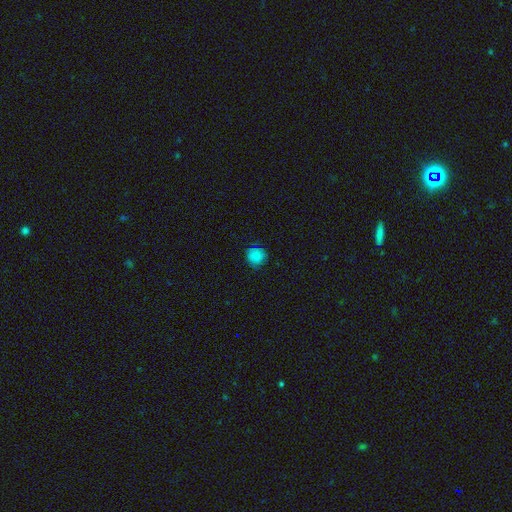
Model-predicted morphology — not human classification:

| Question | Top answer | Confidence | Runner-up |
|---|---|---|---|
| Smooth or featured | smooth | 84% | star or artifact (11%) |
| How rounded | round | 90% | in between (9%) |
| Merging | none | 83% | minor disturbance (13%) |